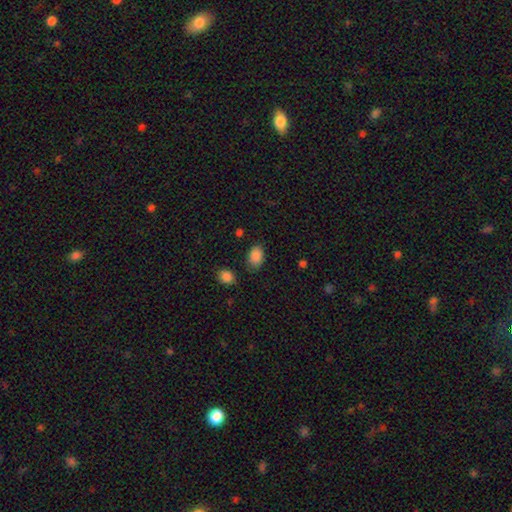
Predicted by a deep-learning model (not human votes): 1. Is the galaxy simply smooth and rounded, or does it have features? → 87% smooth, 9% star or artifact, 4% featured or disk.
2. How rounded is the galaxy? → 83% in between, 16% round, 1% cigar-shaped.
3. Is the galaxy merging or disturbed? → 78% none, 16% minor disturbance, 4% major disturbance, 3% merger.